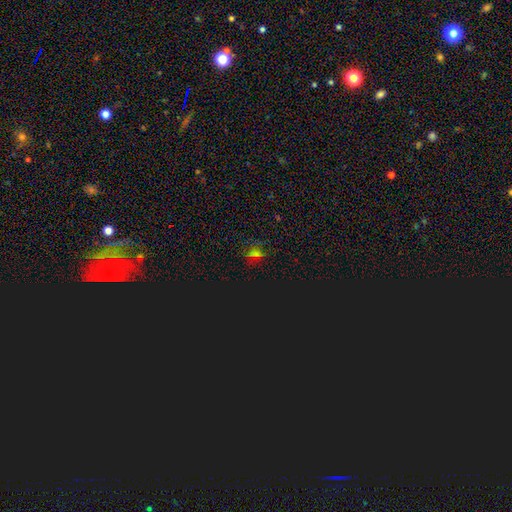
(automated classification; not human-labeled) This is likely a star or artifact rather than a galaxy (63%).